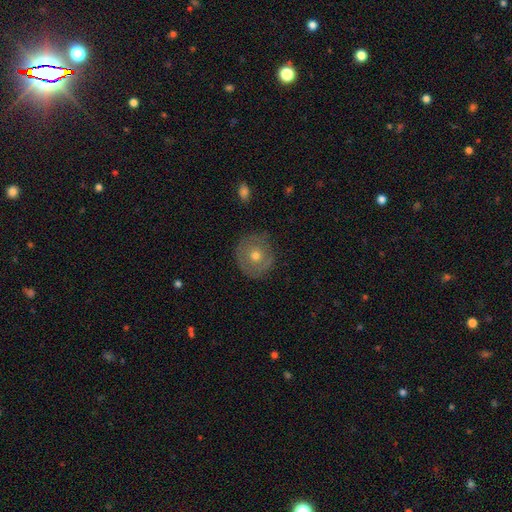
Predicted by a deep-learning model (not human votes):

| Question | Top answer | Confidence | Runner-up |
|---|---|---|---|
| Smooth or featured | smooth | 48% | featured or disk (43%) |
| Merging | none | 82% | minor disturbance (13%) |